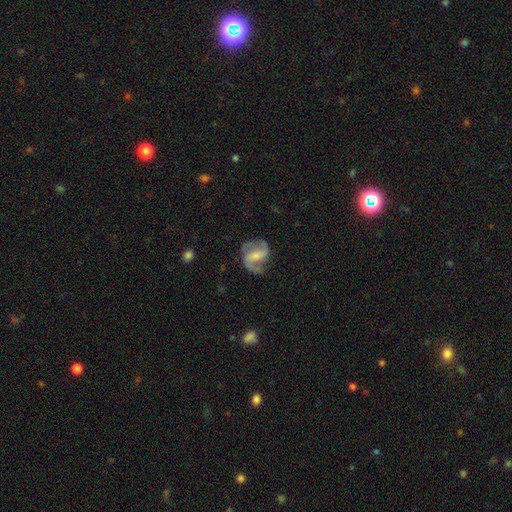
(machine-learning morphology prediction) Overall: featured or disk (83%). Edge-on disk: no (98%). Bar: weak (43%; strong 33%). Spiral arms: yes (95%). Spiral arm count: 2 (87%). Spiral winding: medium (51%; loose 33%). Bulge size: small (51%; moderate 36%). Merging: none (70%).